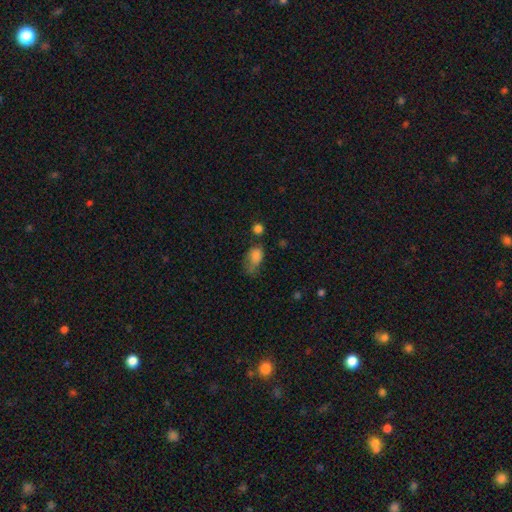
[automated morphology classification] smooth-or-featured: smooth: 78% | star or artifact: 12% | featured or disk: 11%
  how-rounded: in between: 81% | round: 15% | cigar-shaped: 4%
  merging: major disturbance: 32% (tied) | minor disturbance: 32% (tied) | none: 26% | merger: 9%